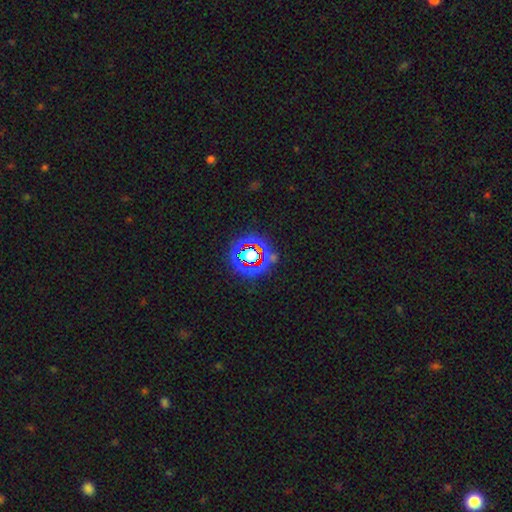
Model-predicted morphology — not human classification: smooth-or-featured: star or artifact: 71% | smooth: 18% | featured or disk: 12%